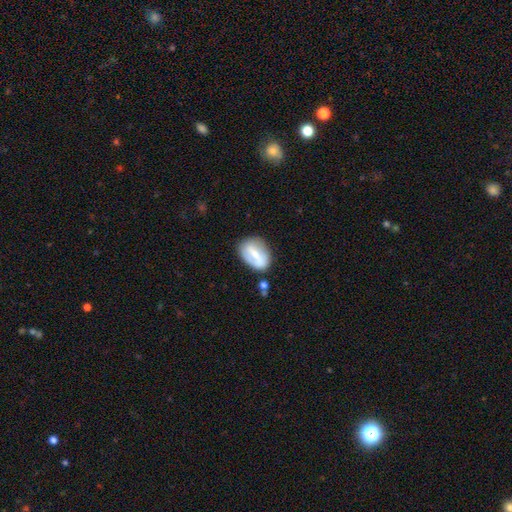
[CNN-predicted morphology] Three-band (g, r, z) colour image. It shows a smooth galaxy with no disk features (49%). Merging: none (66%).